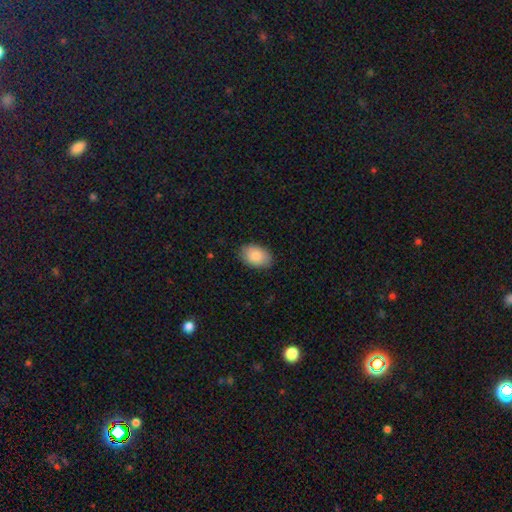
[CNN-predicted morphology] A smooth galaxy with no disk features (87%) that is in between round and cigar-shaped (89%). Merging: none (85%).